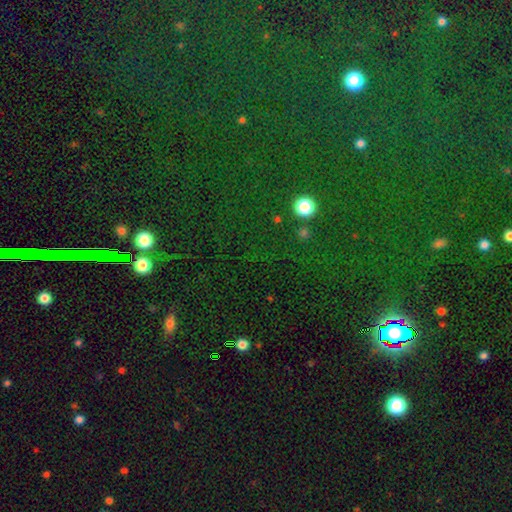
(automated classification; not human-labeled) Smooth or featured? Predicted: star or artifact (p=0.81).